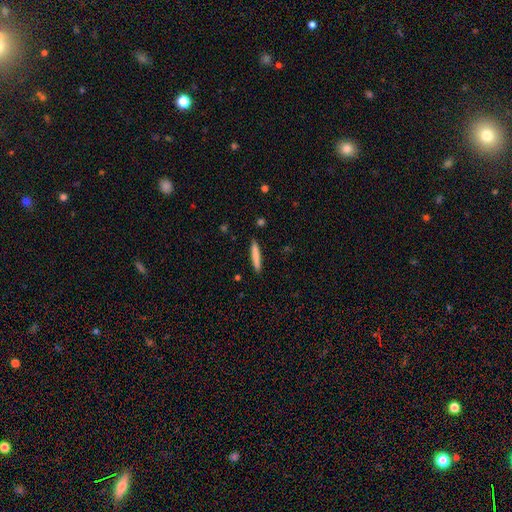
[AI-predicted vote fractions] Overall: smooth (80%). How rounded: cigar-shaped (94%). Merging: none (90%).